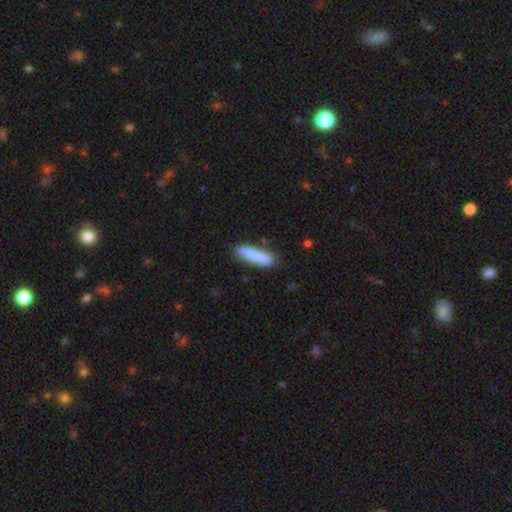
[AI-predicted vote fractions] smooth-or-featured: smooth: 86% | featured or disk: 8% | star or artifact: 6%
  how-rounded: cigar-shaped: 77% | in between: 22% | round: 1%
  merging: none: 83% | minor disturbance: 13% | major disturbance: 3% | merger: 2%